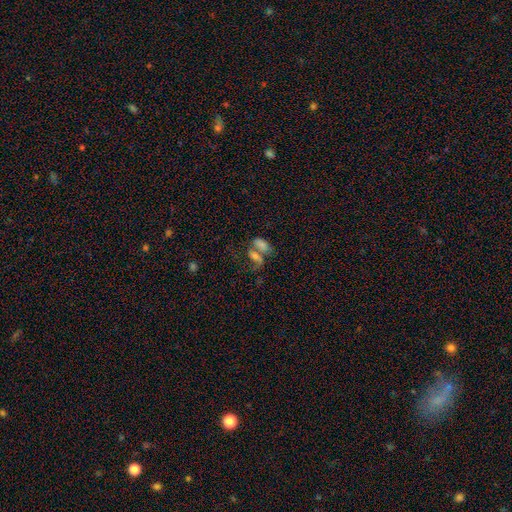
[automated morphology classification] Q: Smooth or featured?
A: smooth (50%); runner-up: featured or disk (30%)
Q: Merging?
A: merger (54%); runner-up: none (26%)